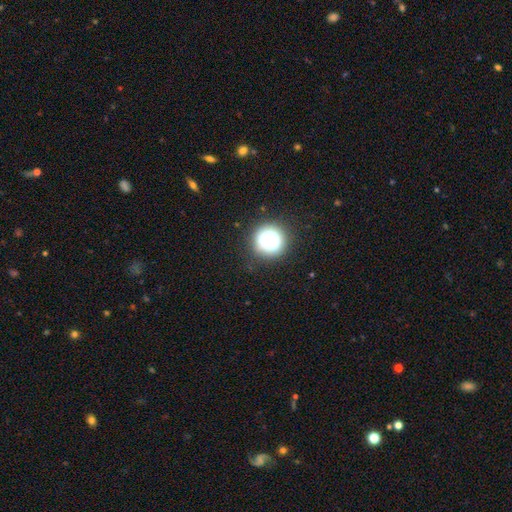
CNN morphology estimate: Q: Smooth or featured?
A: smooth (69%); runner-up: star or artifact (25%)
Q: How rounded?
A: round (93%); runner-up: in between (6%)
Q: Merging?
A: none (90%); runner-up: minor disturbance (6%)